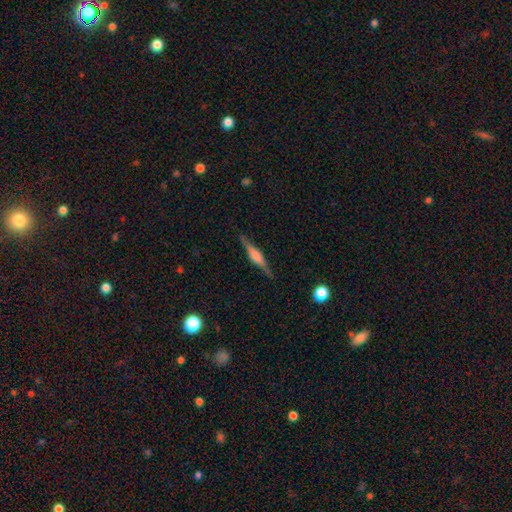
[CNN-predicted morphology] A featured or disk galaxy (67%) viewed edge-on (97%) with a rounded central bulge (58%).

Vote fractions:
- Smooth or featured? featured or disk: 67% / smooth: 26% / star or artifact: 7%
- Edge-on disk? yes: 97% / no: 3%
- Edge-on bulge? rounded: 58% / boxy: 35% / none: 7%
- Merging? none: 87% / minor disturbance: 10% / major disturbance: 2% / merger: 1%